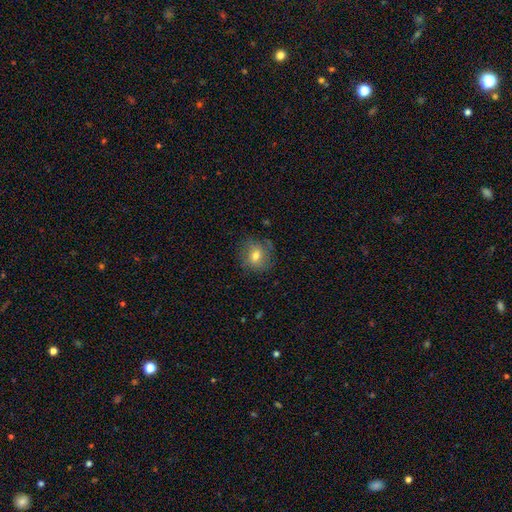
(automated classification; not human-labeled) Smooth or featured? smooth (68%)
How rounded? round (74%)
Merging? none (76%)